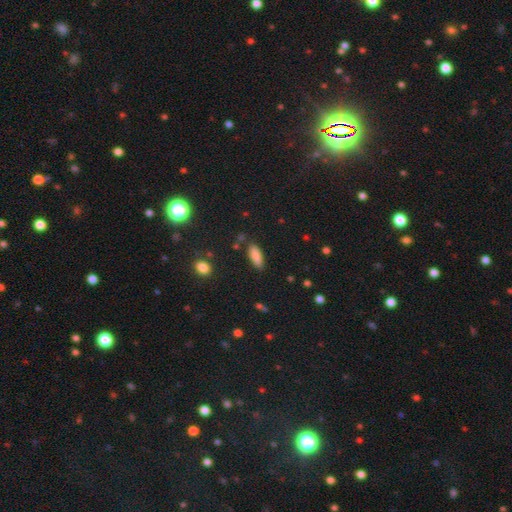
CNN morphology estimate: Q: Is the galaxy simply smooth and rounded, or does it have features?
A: smooth — 84%.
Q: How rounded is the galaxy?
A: in between — 71%.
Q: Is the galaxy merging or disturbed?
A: none — 80%.